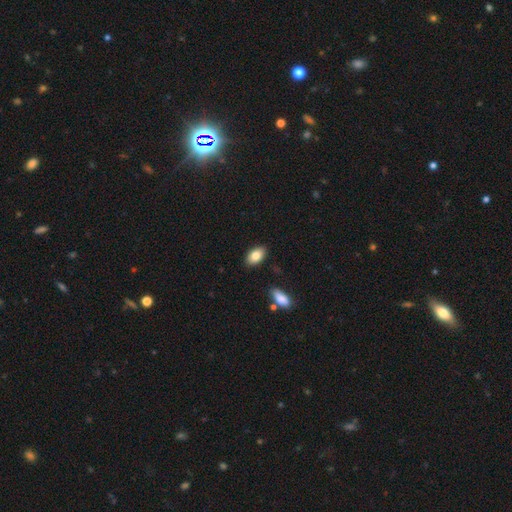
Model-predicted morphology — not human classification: The model was most divided on "smooth or featured": smooth: 83%, featured or disk: 10%, star or artifact: 7%. More confident: how rounded — in between (93%); merging — none (87%).